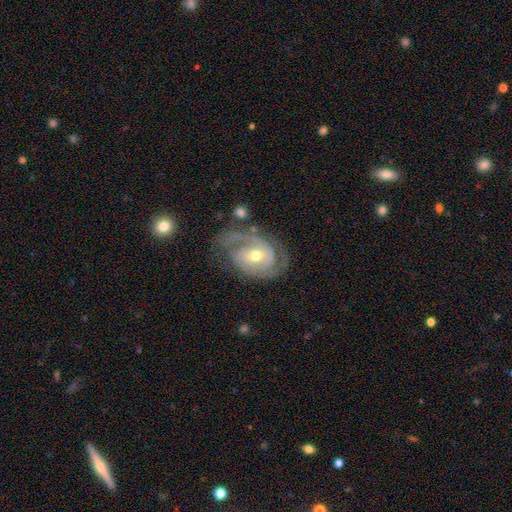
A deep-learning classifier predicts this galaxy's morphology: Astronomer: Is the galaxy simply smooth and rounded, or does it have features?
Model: featured or disk — 89%.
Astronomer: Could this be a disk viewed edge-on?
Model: no — 97%.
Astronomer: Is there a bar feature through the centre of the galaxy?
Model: no — 45% (runner-up: weak, 40%).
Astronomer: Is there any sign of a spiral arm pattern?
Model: yes — 97%.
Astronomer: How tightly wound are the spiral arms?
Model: tight — 54% (runner-up: medium, 38%).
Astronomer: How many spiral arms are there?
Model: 2 — 71%.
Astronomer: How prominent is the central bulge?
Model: moderate — 64%.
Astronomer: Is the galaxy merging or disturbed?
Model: none — 67%.